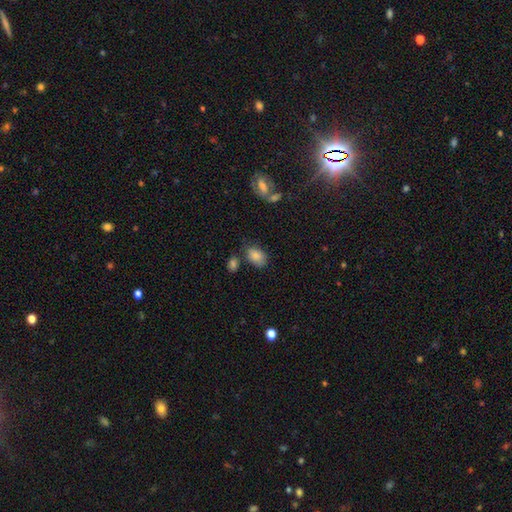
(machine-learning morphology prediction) The model was most divided on "merging": none: 62%, minor disturbance: 22%, merger: 10%, major disturbance: 6%. More confident: how rounded — in between (86%); smooth or featured — smooth (84%).